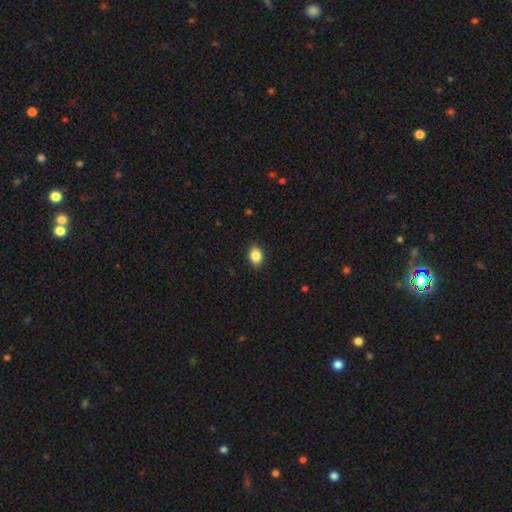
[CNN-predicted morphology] This is clearly a smooth galaxy (86%). How rounded: likely in between (74%). Merging: clearly none (89%).